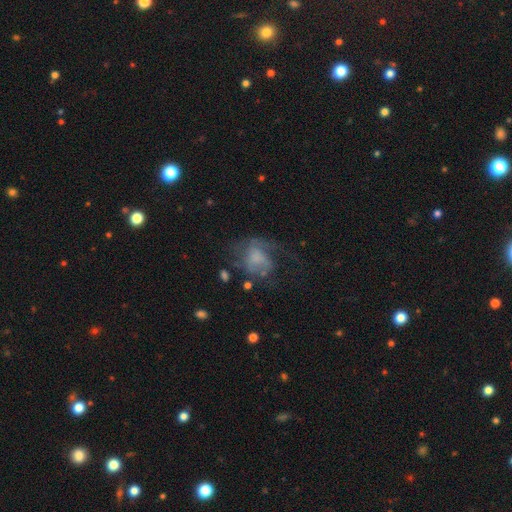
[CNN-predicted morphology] A featured or disk galaxy (50%). Merging: major disturbance (44%).